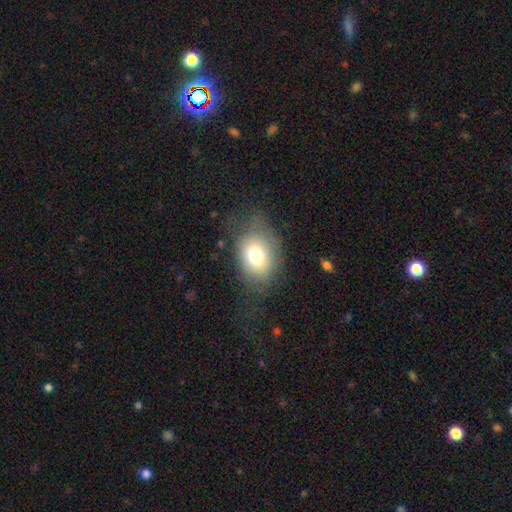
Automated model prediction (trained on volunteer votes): Smooth or featured? Predicted: smooth (p=0.73). How rounded? Predicted: in between (p=0.61). Merging? Predicted: none (p=0.55).